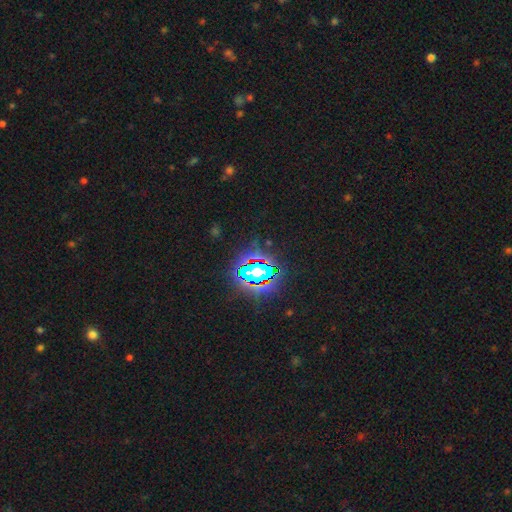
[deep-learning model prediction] smooth-or-featured: star or artifact: 82% | smooth: 11% | featured or disk: 7%